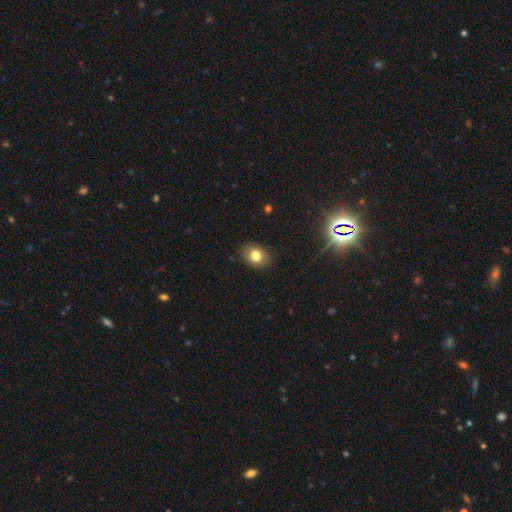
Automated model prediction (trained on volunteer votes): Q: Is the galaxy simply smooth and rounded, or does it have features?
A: smooth — 78%.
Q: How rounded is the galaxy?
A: in between — 58%.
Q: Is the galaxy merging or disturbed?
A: none — 87%.